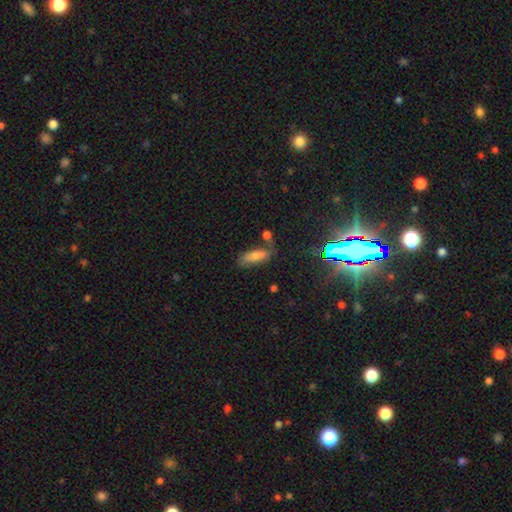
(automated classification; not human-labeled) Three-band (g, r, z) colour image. It shows a smooth galaxy with no disk features (60%) that is in between round and cigar-shaped (70%). Merging: none (61%).